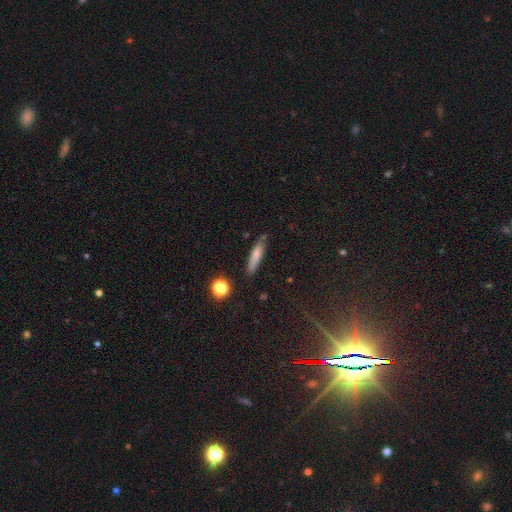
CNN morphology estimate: smooth 76%, featured or disk 15%, star or artifact 9%. Down the decision tree: how rounded — cigar-shaped (82%); merging — none (79%).